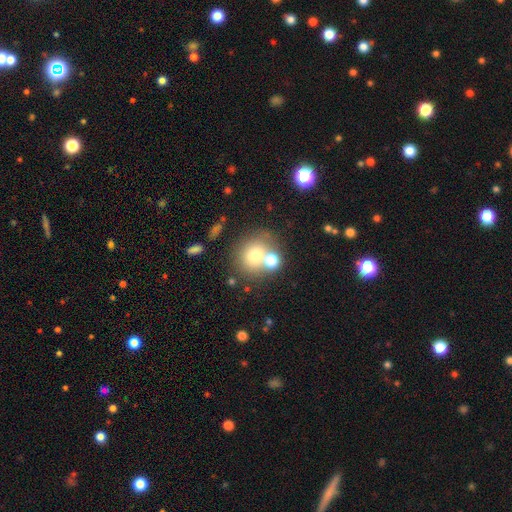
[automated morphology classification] This appears to be a smooth galaxy with no disk features (73%) that is round (77%). Merging: none (45%).